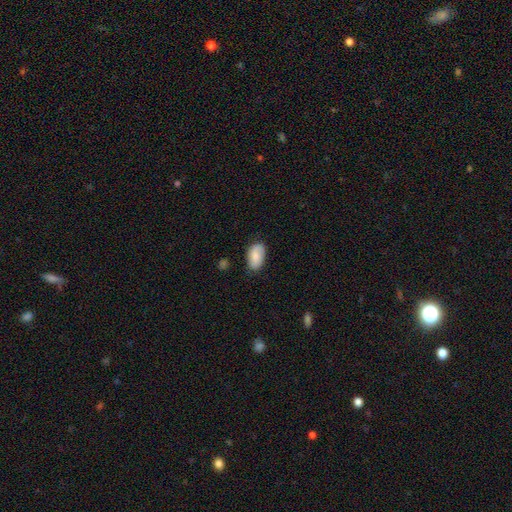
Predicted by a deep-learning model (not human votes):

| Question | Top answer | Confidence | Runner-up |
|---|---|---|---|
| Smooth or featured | smooth | 76% | featured or disk (17%) |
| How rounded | in between | 93% | round (5%) |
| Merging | none | 76% | minor disturbance (19%) |